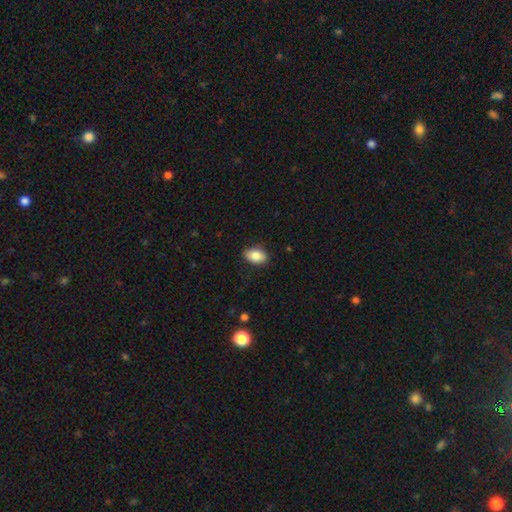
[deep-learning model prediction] Smooth or featured? smooth (85%)
How rounded? in between (88%)
Merging? none (86%)